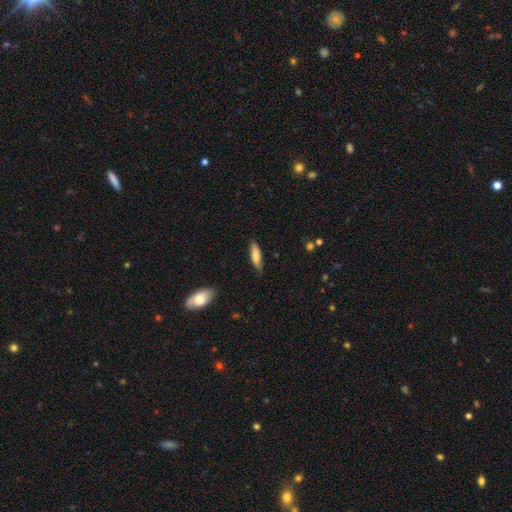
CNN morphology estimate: The model was most divided on "how rounded": cigar-shaped: 60%, in between: 38%, round: 2%. More confident: merging — none (79%); smooth or featured — smooth (76%).